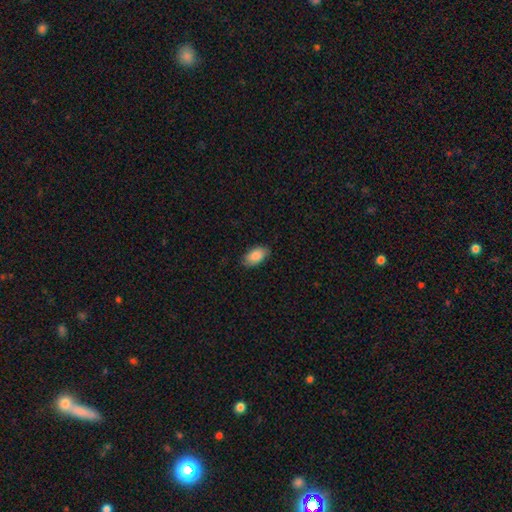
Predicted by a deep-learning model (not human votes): This appears to be a smooth galaxy with no disk features (86%) that is in between round and cigar-shaped (94%). Merging: none (84%).